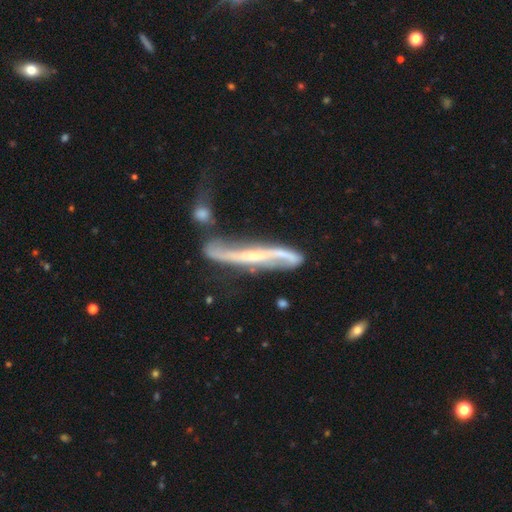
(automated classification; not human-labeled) Q: Smooth or featured?
A: featured or disk (83%); runner-up: smooth (11%)
Q: Edge-on disk?
A: no (53%); runner-up: yes (47%)
Q: Merging?
A: none (34%); runner-up: merger (32%)